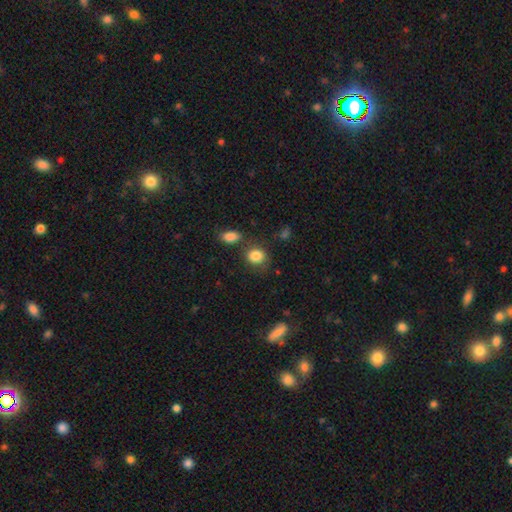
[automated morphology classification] Q: Smooth or featured?
A: smooth (85%); runner-up: star or artifact (9%)
Q: How rounded?
A: round (70%); runner-up: in between (29%)
Q: Merging?
A: none (70%); runner-up: minor disturbance (15%)